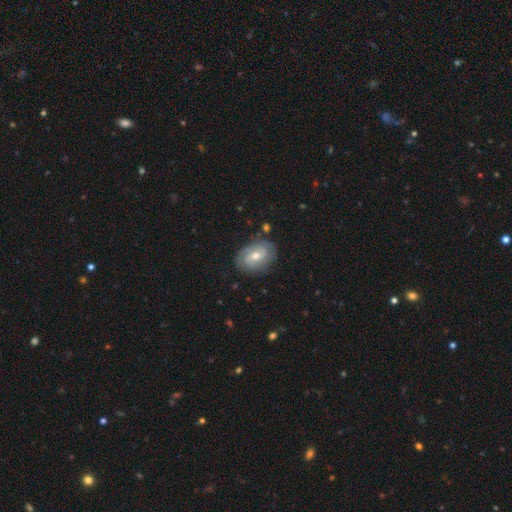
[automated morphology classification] type=featured or disk (76%); edge-on=no (97%); bar=weak (49%); spiral arms=yes (92%); winding=tight (52%); arm count=2 (59%); bulge=moderate (65%); merging=none (79%).